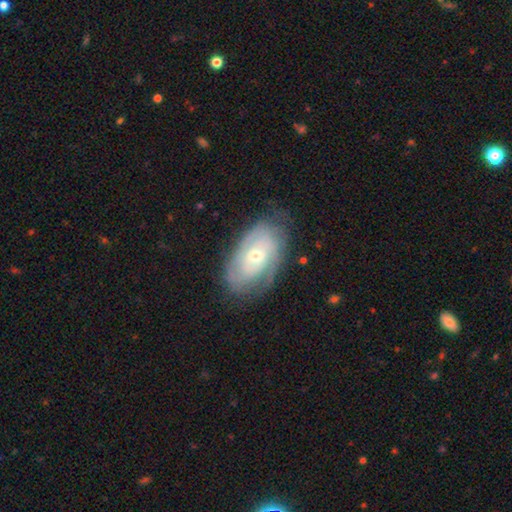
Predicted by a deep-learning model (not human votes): Smooth or featured? Predicted: featured or disk (p=0.70). Edge-on disk? Predicted: no (p=0.94). Bar? Predicted: no (p=0.70). Spiral arms? Predicted: yes (p=0.79). Spiral winding? Predicted: tight (p=0.66). Spiral arm count? Predicted: can't tell (p=0.51). Bulge size? Predicted: moderate (p=0.51). Merging? Predicted: none (p=0.69).